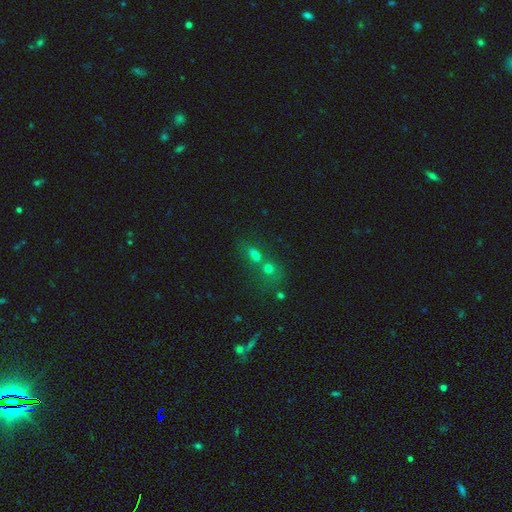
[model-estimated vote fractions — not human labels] Smooth or featured: smooth — 56% (star or artifact — 27%)
How rounded: round — 51% (in between — 45%)
Merging: merger — 59% (none — 29%)